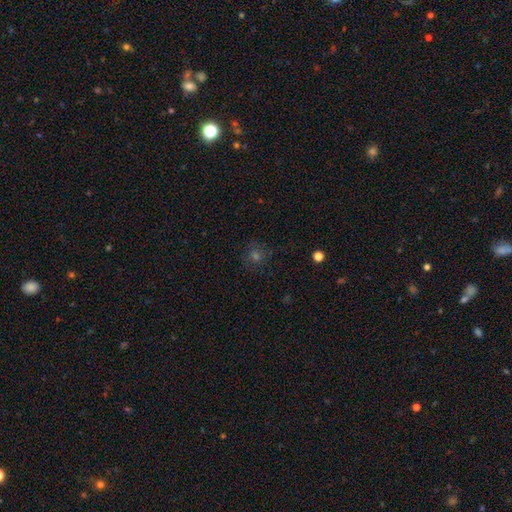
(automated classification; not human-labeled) The model was most divided on "smooth or featured": smooth: 46%, star or artifact: 36%, featured or disk: 18%. More confident: merging — none (80%).